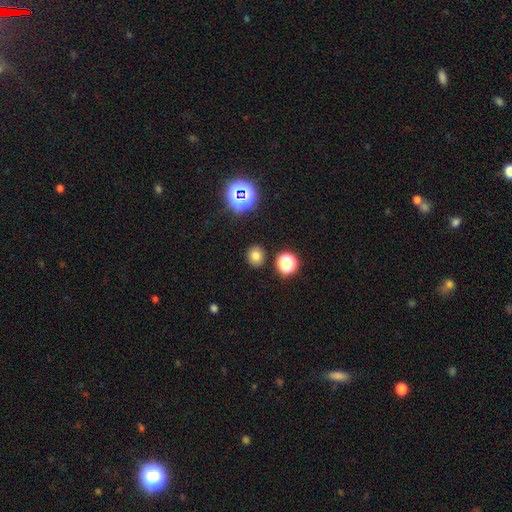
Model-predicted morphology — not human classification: The model was most divided on "how rounded": round: 76%, in between: 23%, cigar-shaped: 1%. More confident: merging — none (88%); smooth or featured — smooth (75%).